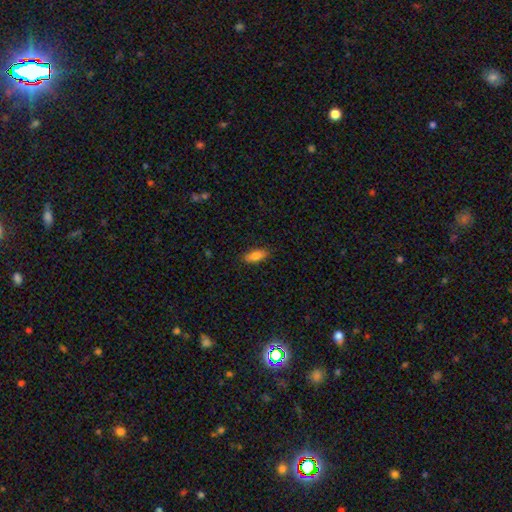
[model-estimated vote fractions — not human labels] Overall: smooth (79%). How rounded: in between (75%). Merging: none (87%).